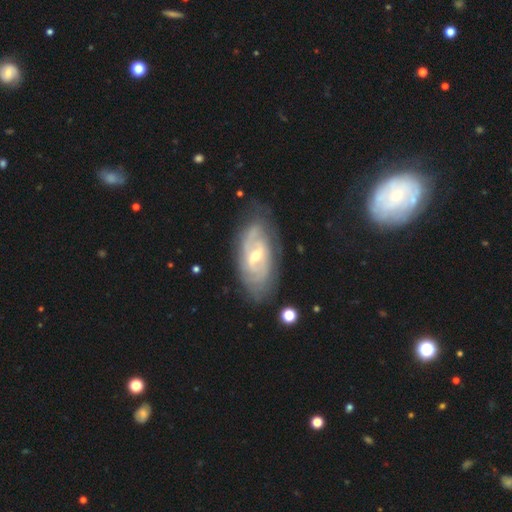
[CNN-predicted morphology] A featured or disk galaxy (84%) with a weak bar (50%), tight (66%) spiral arms (89%) and a moderate central bulge (55%).

Vote fractions:
- Smooth or featured? featured or disk: 84% / smooth: 11% / star or artifact: 6%
- Edge-on disk? no: 93% / yes: 7%
- Bar? weak: 50% / strong: 26% / no: 24%
- Spiral arms? yes: 89% / no: 11%
- Spiral winding? tight: 66% / medium: 26% / loose: 8%
- Spiral arm count? can't tell: 42% / 2: 36% / 3: 10% / 4: 5% / 1: 4% / more than 4: 3%
- Bulge size? moderate: 55% / small: 41% / large: 2% / none: 1% / dominant: 1%
- Merging? none: 74% / minor disturbance: 18% / major disturbance: 6% / merger: 2%